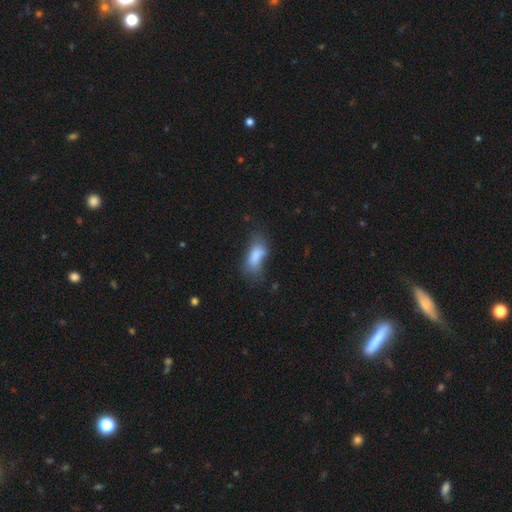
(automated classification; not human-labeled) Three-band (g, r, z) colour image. It shows a smooth galaxy with no disk features (76%) that is in between round and cigar-shaped (83%). Merging: none (38%).